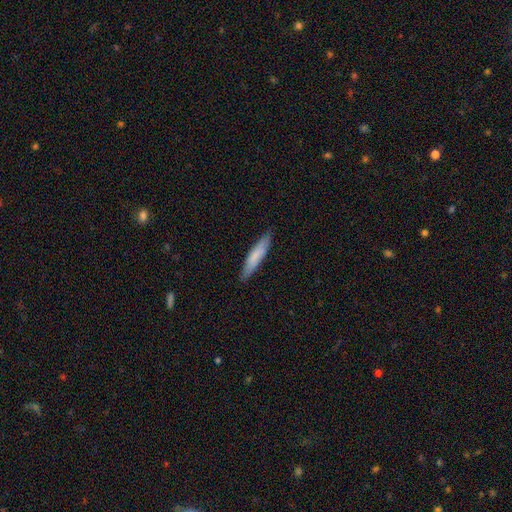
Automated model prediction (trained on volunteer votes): The model was most divided on "smooth or featured": smooth: 74%, featured or disk: 21%, star or artifact: 6%. More confident: how rounded — cigar-shaped (88%); merging — none (87%).